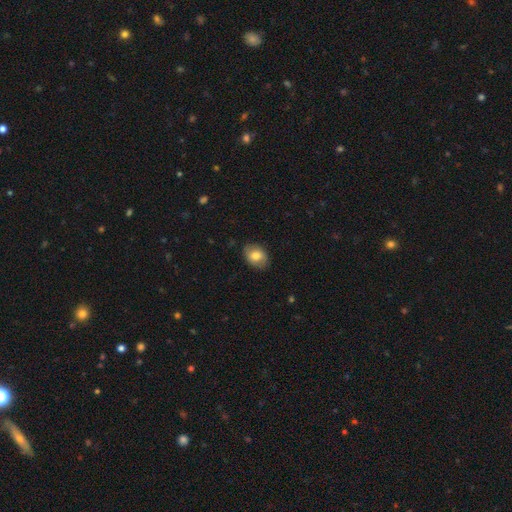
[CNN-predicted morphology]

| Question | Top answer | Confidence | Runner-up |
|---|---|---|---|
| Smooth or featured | smooth | 77% | featured or disk (15%) |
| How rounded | in between | 72% | round (27%) |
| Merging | none | 83% | minor disturbance (13%) |